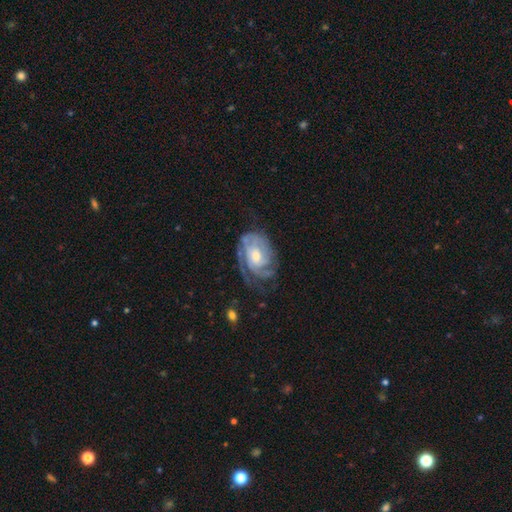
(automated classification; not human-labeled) Smooth or featured? featured or disk (85%)
Edge-on disk? no (97%)
Bar? no (61%)
Spiral arms? yes (95%)
Spiral winding? tight (64%)
Spiral arm count? can't tell (31%)
Bulge size? moderate (61%)
Merging? none (57%)